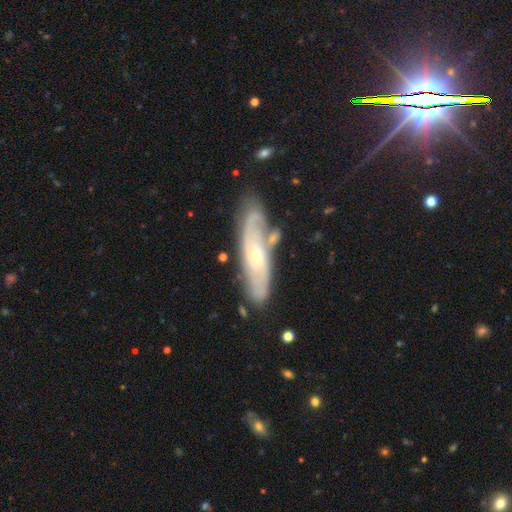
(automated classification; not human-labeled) The model was most divided on "bar": no: 67%, weak: 27%, strong: 6%. More confident: spiral arms — yes (86%); edge-on disk — no (74%); merging — none (71%); smooth or featured — featured or disk (69%); bulge size — small (68%).